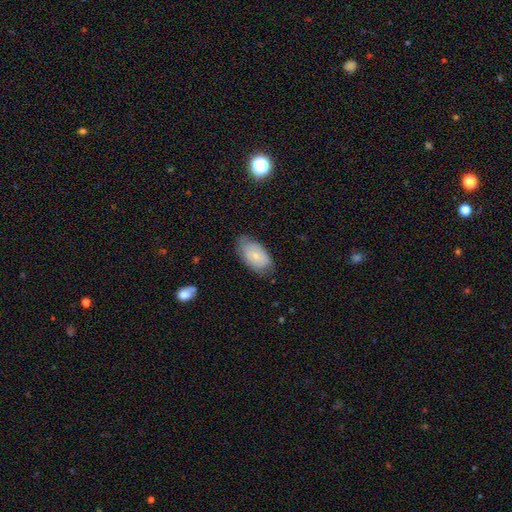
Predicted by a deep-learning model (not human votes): This appears to be a smooth galaxy with no disk features (63%) that is in between round and cigar-shaped (93%). Merging: none (69%).